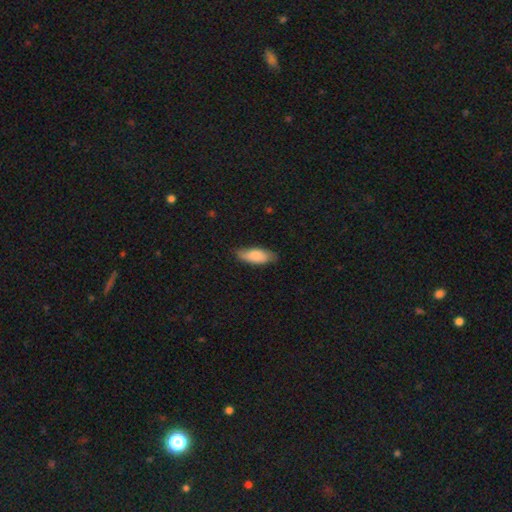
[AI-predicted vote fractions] Smooth or featured? Predicted: smooth (p=0.81). How rounded? Predicted: in between (p=0.77). Merging? Predicted: none (p=0.75).